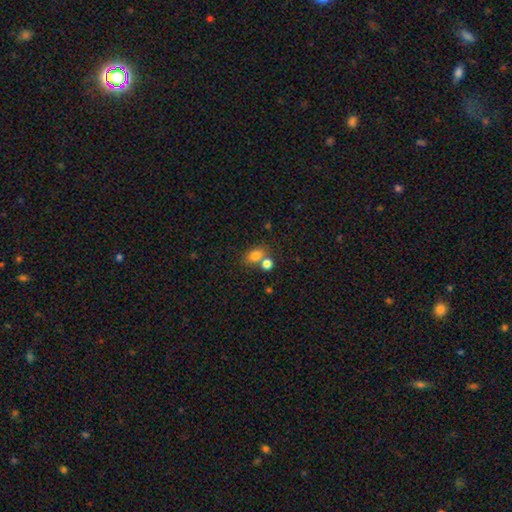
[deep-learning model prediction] This is likely a smooth galaxy (80%). How rounded: likely in between (71%). Merging: possibly none (51%).